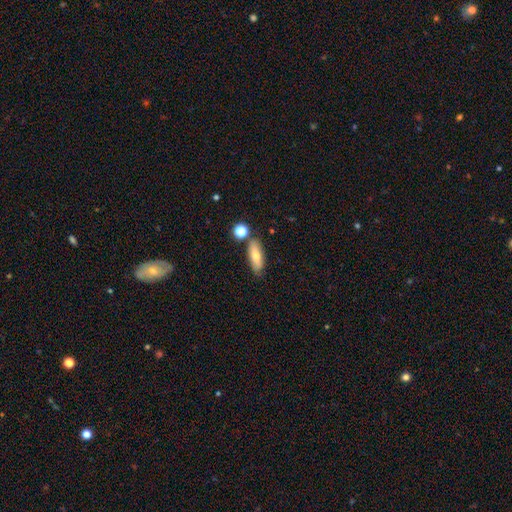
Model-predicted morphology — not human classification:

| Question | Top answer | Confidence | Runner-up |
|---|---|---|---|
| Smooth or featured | smooth | 69% | featured or disk (24%) |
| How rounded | in between | 62% | cigar-shaped (35%) |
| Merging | none | 76% | minor disturbance (12%) |